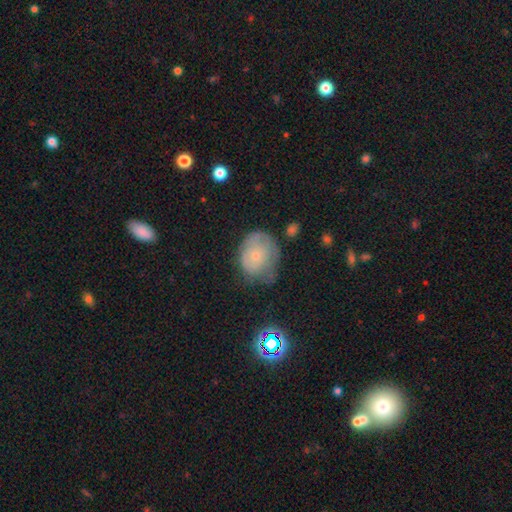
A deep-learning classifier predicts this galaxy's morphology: Overall: smooth (52%; featured or disk 38%). How rounded: round (57%; in between 42%). Merging: none (43%; minor disturbance 37%).